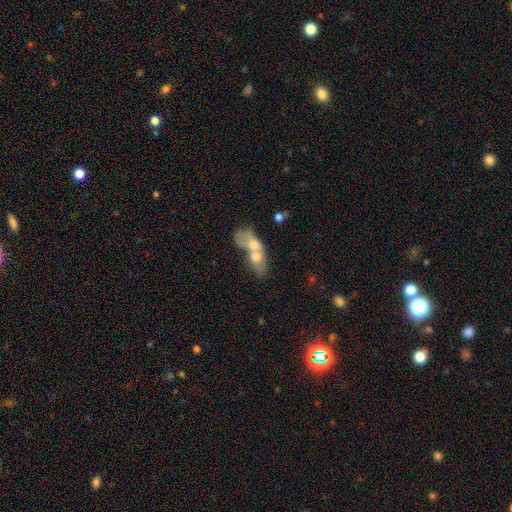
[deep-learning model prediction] This appears to be a smooth galaxy with no disk features (52%) that is in between round and cigar-shaped (65%). Merging: merger (73%).